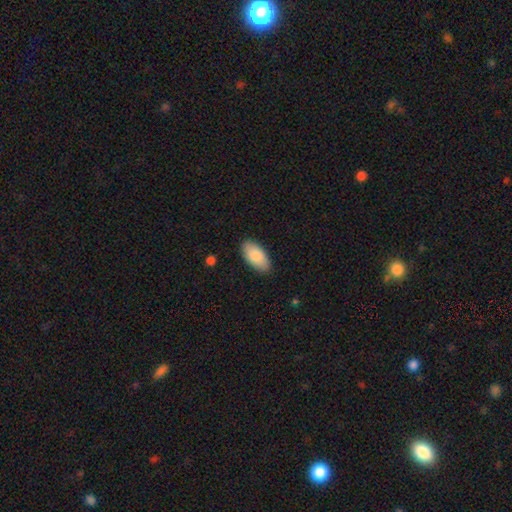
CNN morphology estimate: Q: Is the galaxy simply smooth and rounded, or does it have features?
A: smooth — 86%.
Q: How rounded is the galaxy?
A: in between — 95%.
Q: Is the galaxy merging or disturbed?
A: none — 86%.